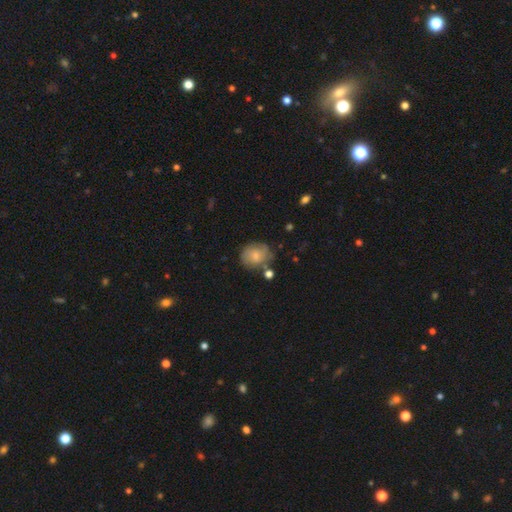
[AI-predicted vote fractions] Smooth or featured?
  - smooth: 64% *
  - featured or disk: 28%
  - star or artifact: 9%
How rounded?
  - round: 65% *
  - in between: 34%
  - cigar-shaped: 1%
Merging?
  - none: 60% *
  - minor disturbance: 23%
  - major disturbance: 9%
  - merger: 8%